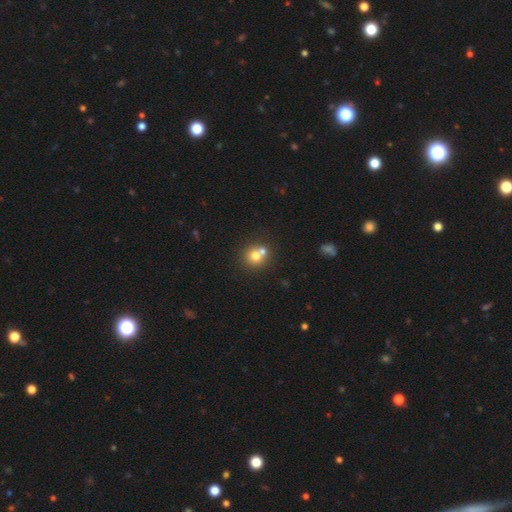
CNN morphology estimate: This appears to be a smooth galaxy with no disk features (73%) that is round (88%). Merging: none (52%).